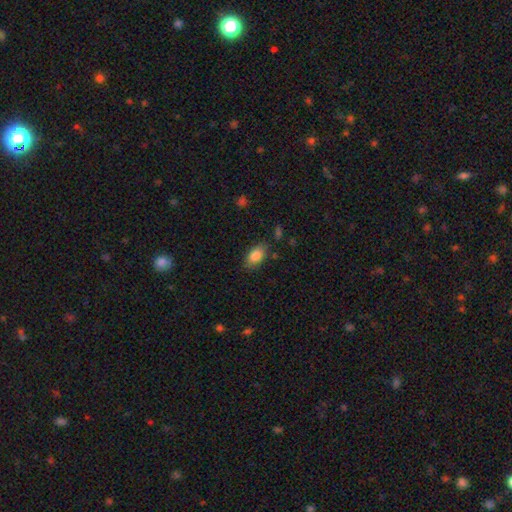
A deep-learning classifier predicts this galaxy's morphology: This appears to be a smooth galaxy with no disk features (84%) that is in between round and cigar-shaped (88%). Merging: none (79%).